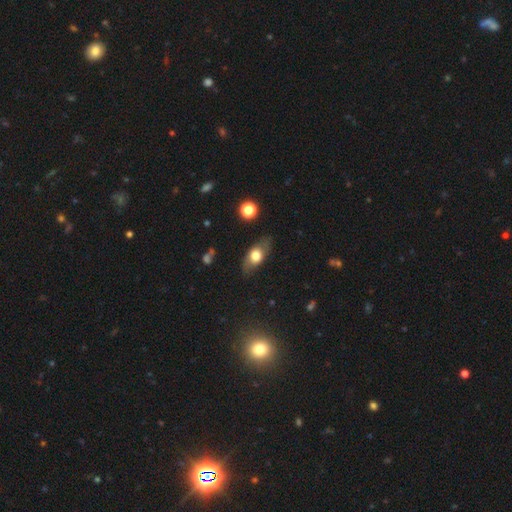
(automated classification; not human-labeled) The model was most divided on "smooth or featured": smooth: 64%, featured or disk: 28%, star or artifact: 7%. More confident: how rounded — in between (80%); merging — none (77%).